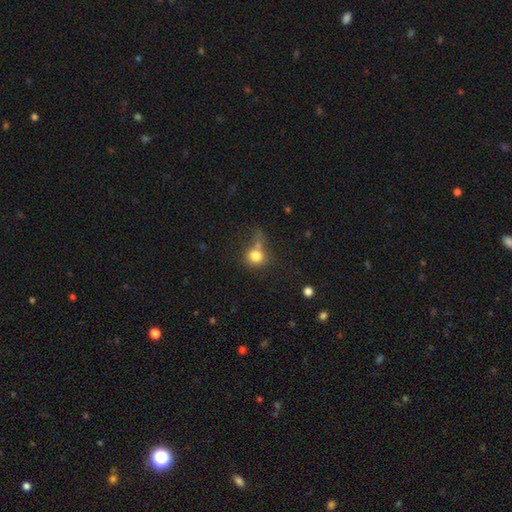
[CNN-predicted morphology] A smooth galaxy with no disk features (79%) that is round (79%).

Vote fractions:
- Smooth or featured? smooth: 79% / star or artifact: 12% / featured or disk: 10%
- How rounded? round: 79% / in between: 20% / cigar-shaped: 1%
- Merging? none: 44% / merger: 26% / minor disturbance: 17% / major disturbance: 13%